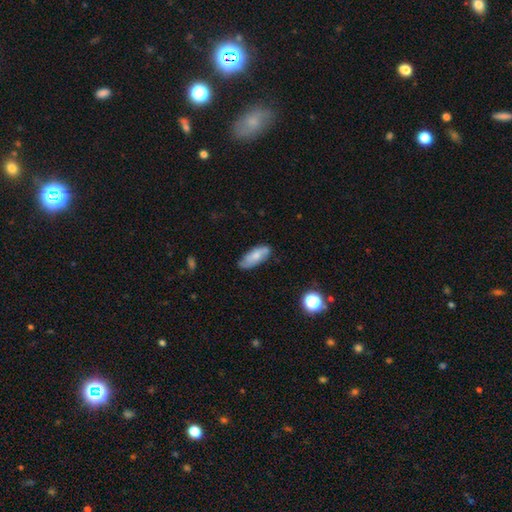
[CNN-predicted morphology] A smooth galaxy with no disk features (64%) that is in between round and cigar-shaped (73%).

Vote fractions:
- Smooth or featured? smooth: 64% / featured or disk: 29% / star or artifact: 7%
- How rounded? in between: 73% / cigar-shaped: 25% / round: 2%
- Merging? none: 69% / minor disturbance: 24% / major disturbance: 5% / merger: 2%